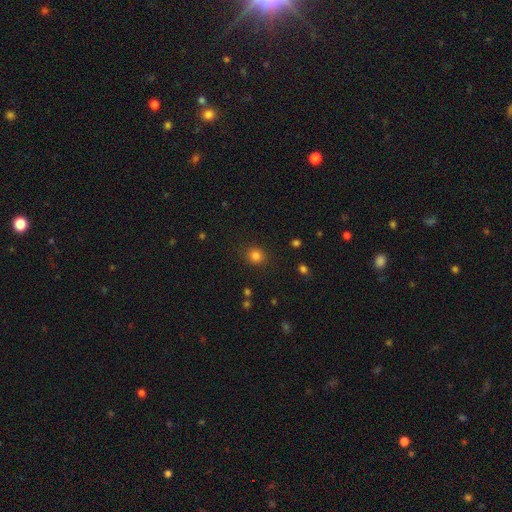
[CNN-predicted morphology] A smooth galaxy with no disk features (82%) that is round (84%).

Vote fractions:
- Smooth or featured? smooth: 82% / star or artifact: 13% / featured or disk: 5%
- How rounded? round: 84% / in between: 15% / cigar-shaped: 1%
- Merging? none: 88% / minor disturbance: 8% / major disturbance: 3% / merger: 1%